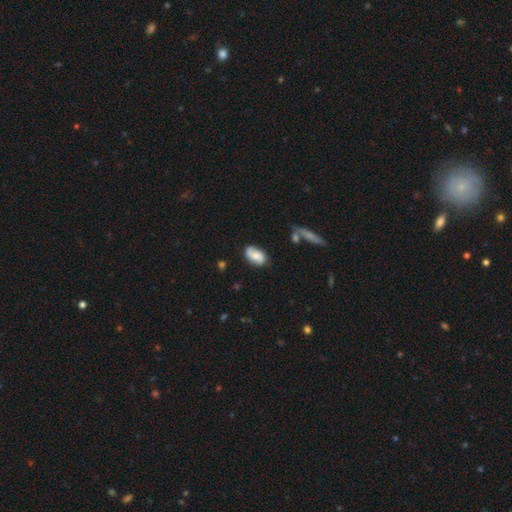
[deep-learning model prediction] Q: Smooth or featured?
A: smooth (53%); runner-up: featured or disk (39%)
Q: How rounded?
A: in between (91%); runner-up: round (7%)
Q: Merging?
A: none (70%); runner-up: minor disturbance (21%)